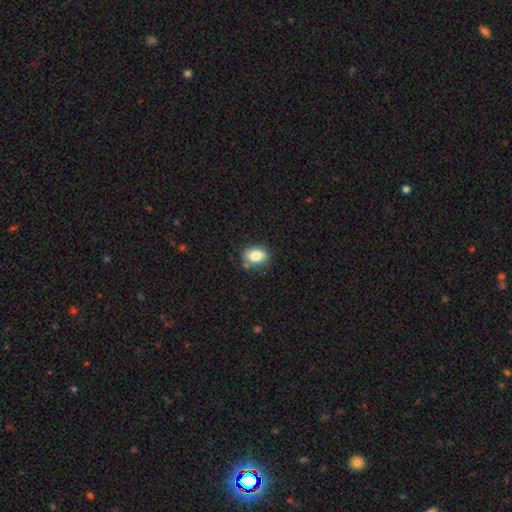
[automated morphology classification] A smooth galaxy with no disk features (84%) that is in between round and cigar-shaped (69%).

Vote fractions:
- Smooth or featured? smooth: 84% / star or artifact: 9% / featured or disk: 7%
- How rounded? in between: 69% / round: 29% / cigar-shaped: 1%
- Merging? none: 74% / minor disturbance: 17% / merger: 5% / major disturbance: 4%